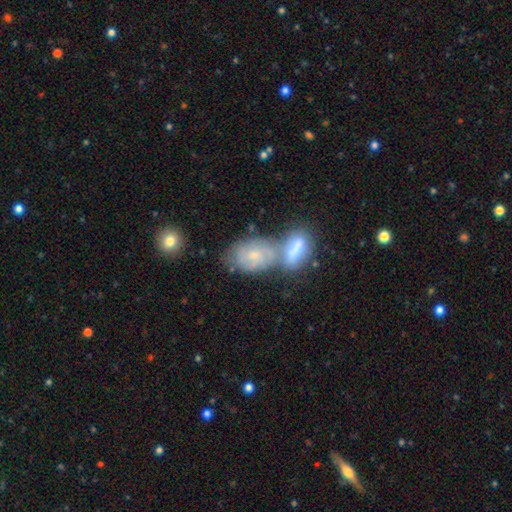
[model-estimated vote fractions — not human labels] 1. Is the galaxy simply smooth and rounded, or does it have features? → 47% smooth, 45% featured or disk, 8% star or artifact.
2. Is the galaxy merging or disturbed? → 55% merger, 26% none, 13% minor disturbance, 6% major disturbance.